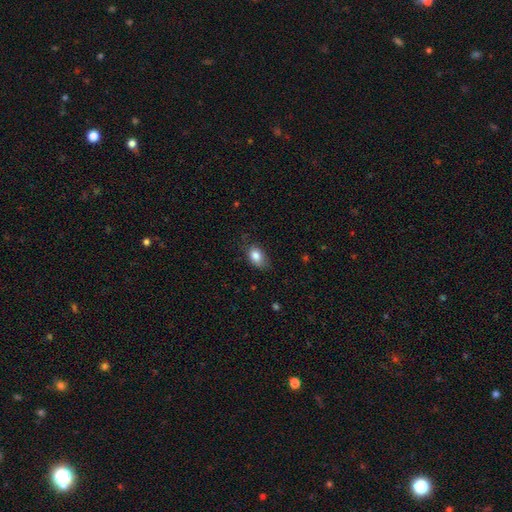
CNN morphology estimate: Overall: smooth (84%). How rounded: in between (82%). Merging: none (70%).